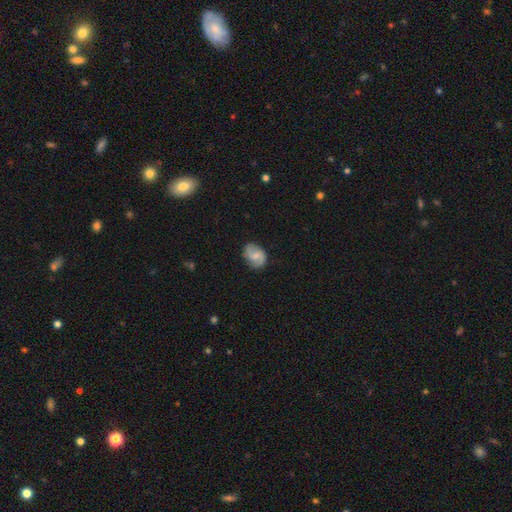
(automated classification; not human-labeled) A featured or disk galaxy (63%) with a weak bar (51%), 2 (89%) medium (44%) spiral arms (92%) and a small central bulge (43%). Merging: none (77%).